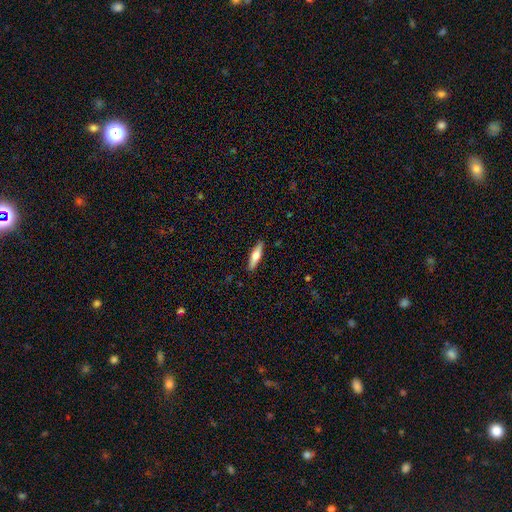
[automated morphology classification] Q: Smooth or featured?
A: smooth (53%); runner-up: featured or disk (41%)
Q: How rounded?
A: cigar-shaped (70%); runner-up: in between (28%)
Q: Merging?
A: none (90%); runner-up: minor disturbance (7%)